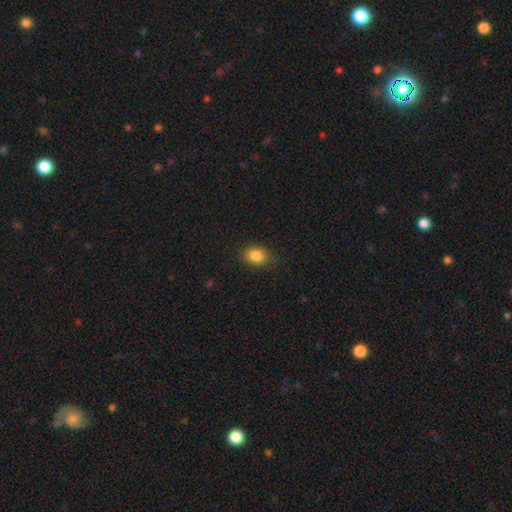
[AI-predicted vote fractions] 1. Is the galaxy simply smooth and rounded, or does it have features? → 85% smooth, 9% star or artifact, 5% featured or disk.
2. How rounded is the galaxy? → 65% in between, 33% round, 1% cigar-shaped.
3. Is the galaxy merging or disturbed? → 83% none, 13% minor disturbance, 3% major disturbance, 1% merger.